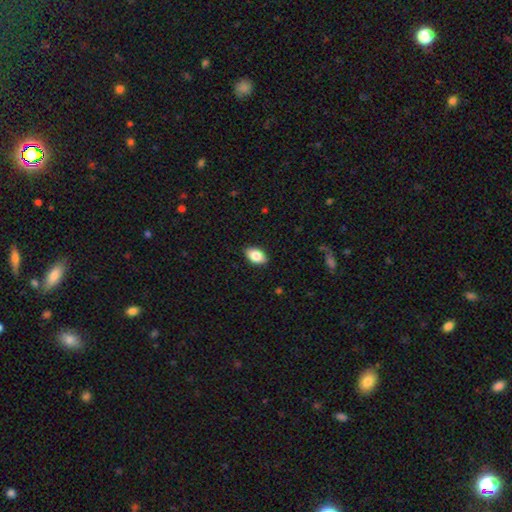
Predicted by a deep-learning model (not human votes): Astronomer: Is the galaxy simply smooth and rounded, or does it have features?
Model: smooth — 85%.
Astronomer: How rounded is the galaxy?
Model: in between — 91%.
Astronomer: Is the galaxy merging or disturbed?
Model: none — 88%.